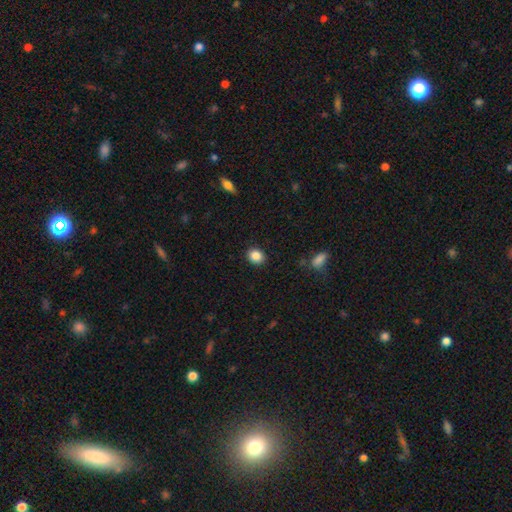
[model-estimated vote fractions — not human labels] A smooth galaxy with no disk features (86%) that is round (56%). Merging: none (89%).